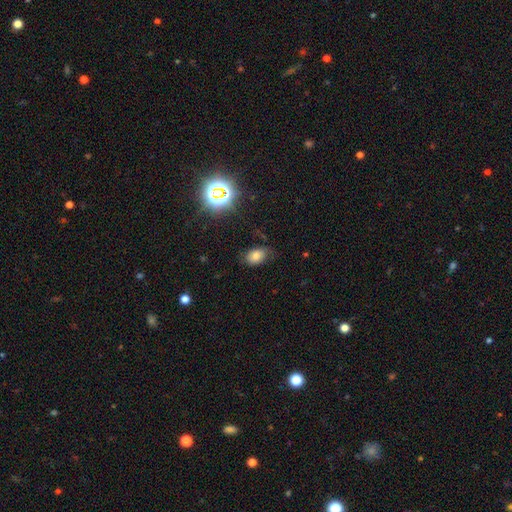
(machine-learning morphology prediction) smooth_or_featured: smooth (p=0.71) [alt: star or artifact p=0.17]
how_rounded: in between (p=0.84) [alt: round p=0.15]
merging: none (p=0.67) [alt: minor disturbance p=0.24]